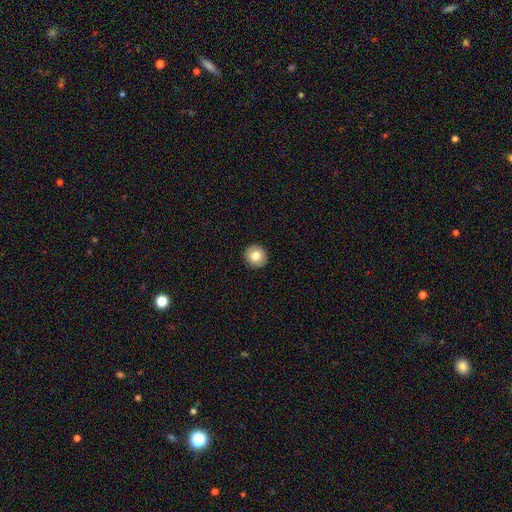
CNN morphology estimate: A smooth galaxy with no disk features (78%) that is round (92%).

Vote fractions:
- Smooth or featured? smooth: 78% / featured or disk: 13% / star or artifact: 9%
- How rounded? round: 92% / in between: 7% / cigar-shaped: 1%
- Merging? none: 92% / minor disturbance: 5% / major disturbance: 1% / merger: 1%